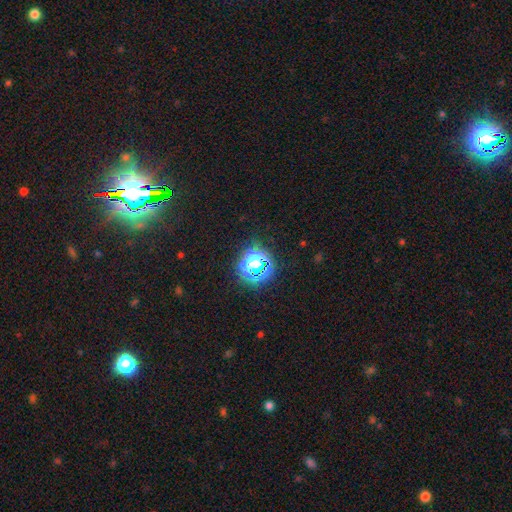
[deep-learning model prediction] Morphology: type=star or artifact (78%).